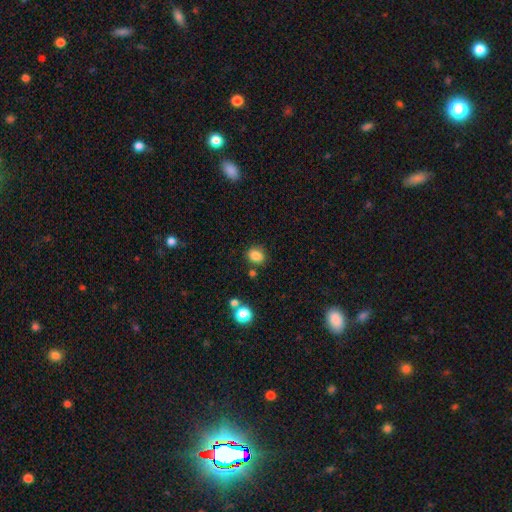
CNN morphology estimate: This is clearly a smooth galaxy (84%). How rounded: possibly round (53%). Merging: likely none (80%).